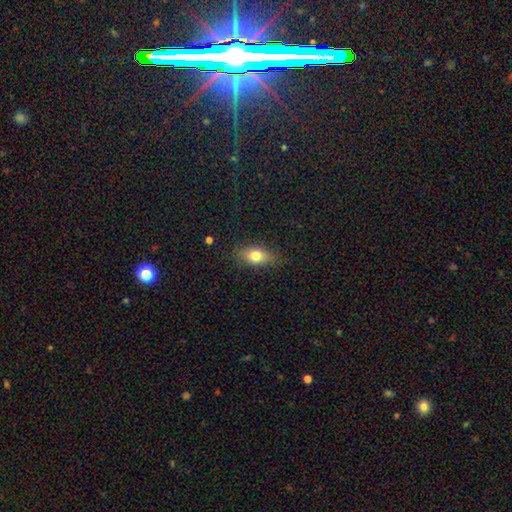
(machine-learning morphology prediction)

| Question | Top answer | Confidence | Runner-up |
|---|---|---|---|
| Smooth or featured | smooth | 76% | featured or disk (15%) |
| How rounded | in between | 80% | round (12%) |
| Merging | none | 82% | minor disturbance (14%) |